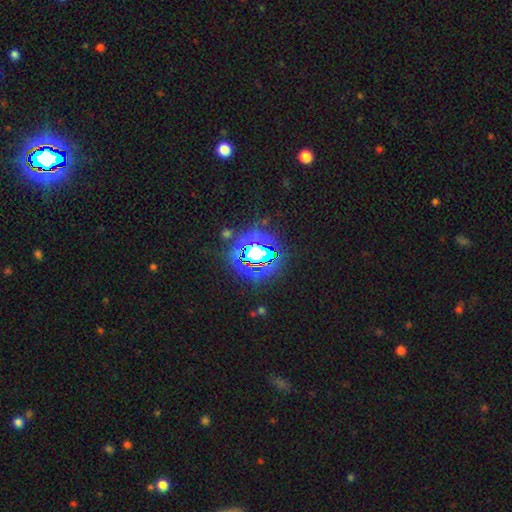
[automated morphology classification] Smooth or featured?
  - star or artifact: 81% *
  - smooth: 12%
  - featured or disk: 7%